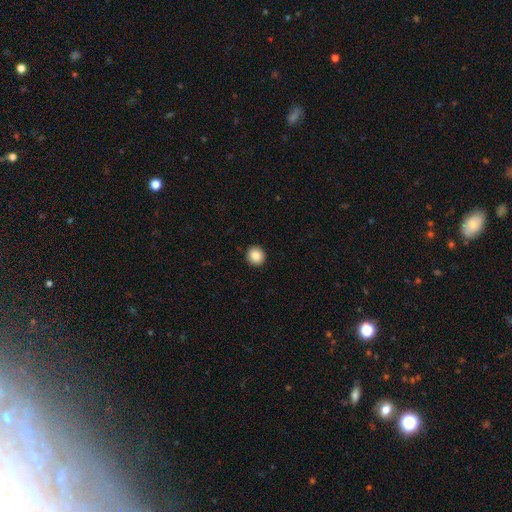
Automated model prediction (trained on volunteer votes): Q: Smooth or featured?
A: smooth (88%); runner-up: star or artifact (9%)
Q: How rounded?
A: round (92%); runner-up: in between (8%)
Q: Merging?
A: none (93%); runner-up: minor disturbance (4%)